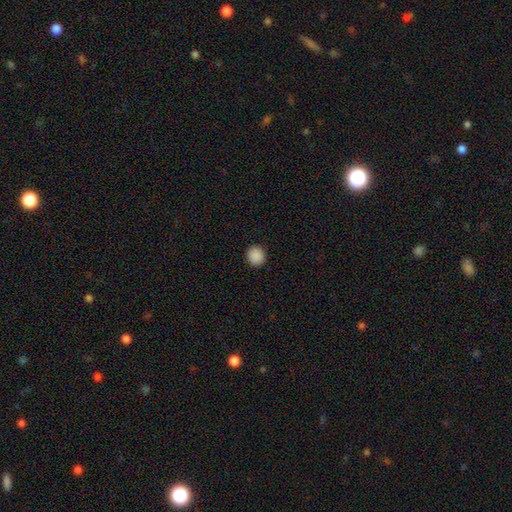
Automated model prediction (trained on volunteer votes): Smooth or featured? smooth (89%)
How rounded? round (89%)
Merging? none (92%)